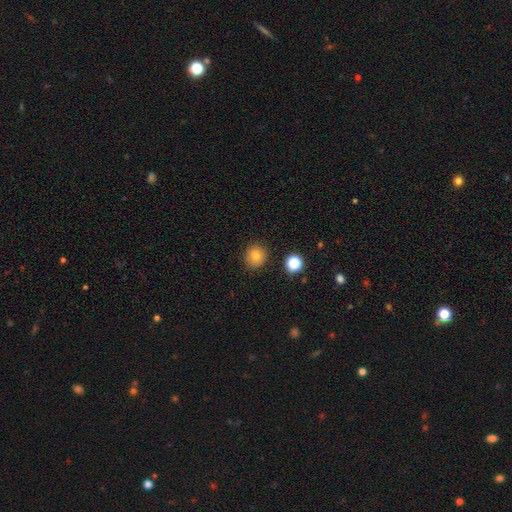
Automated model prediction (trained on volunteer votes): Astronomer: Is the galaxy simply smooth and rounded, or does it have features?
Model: smooth — 79%.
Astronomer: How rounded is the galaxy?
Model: round — 92%.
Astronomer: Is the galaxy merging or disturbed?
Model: none — 89%.